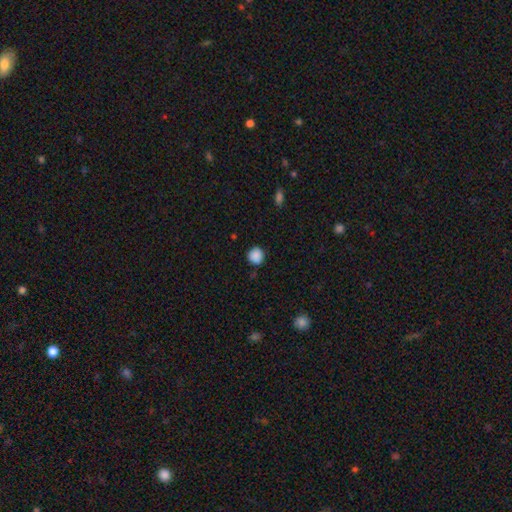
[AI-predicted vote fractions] Overall: smooth (88%). How rounded: round (91%). Merging: none (85%).